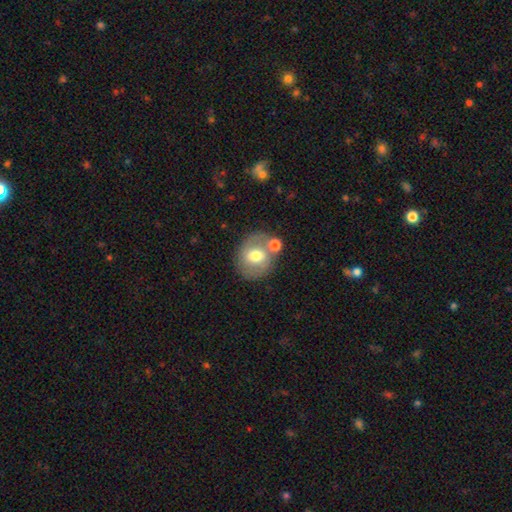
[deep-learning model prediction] smooth 59%, featured or disk 32%, star or artifact 9%. Down the decision tree: how rounded — round (66%); merging — none (62%).